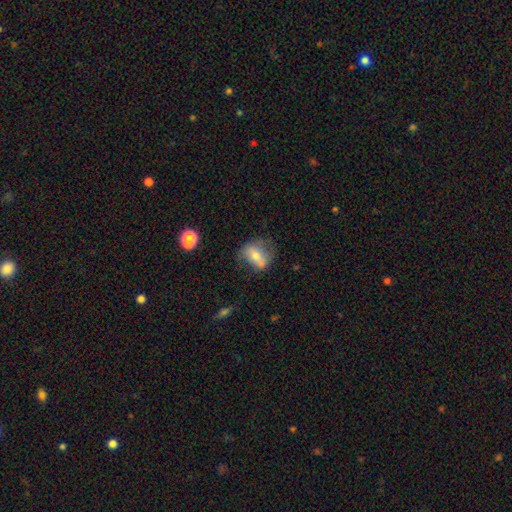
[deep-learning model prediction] smooth_or_featured: smooth (p=0.56) [alt: featured or disk p=0.34]
how_rounded: in between (p=0.69) [alt: round p=0.26]
merging: none (p=0.46) [alt: minor disturbance p=0.28]